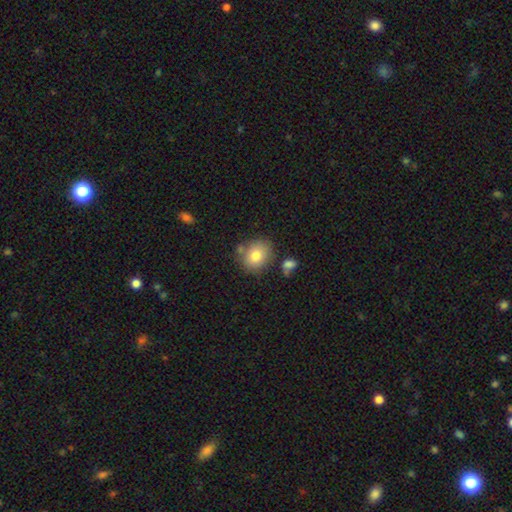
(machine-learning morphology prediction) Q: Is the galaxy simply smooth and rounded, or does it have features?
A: smooth — 78%.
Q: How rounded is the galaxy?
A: round — 66%.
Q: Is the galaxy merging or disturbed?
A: none — 72%.